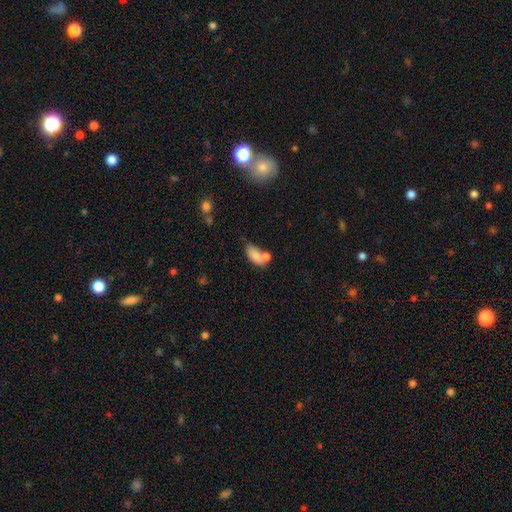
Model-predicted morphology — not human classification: Smooth or featured? smooth (79%)
How rounded? in between (87%)
Merging? none (38%)